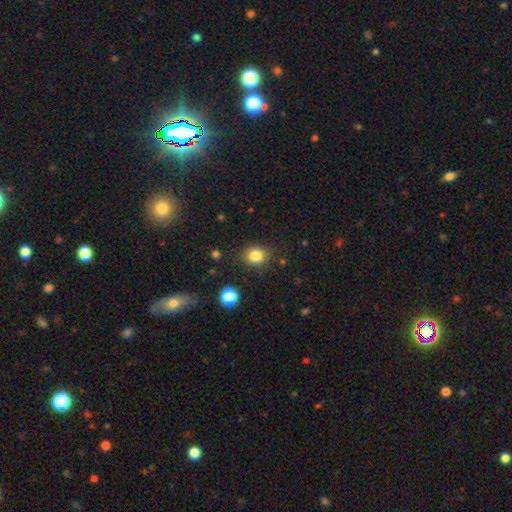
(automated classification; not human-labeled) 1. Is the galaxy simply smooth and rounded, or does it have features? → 83% smooth, 11% star or artifact, 6% featured or disk.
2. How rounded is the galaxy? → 70% round, 29% in between, 1% cigar-shaped.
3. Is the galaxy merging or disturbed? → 87% none, 9% minor disturbance, 3% major disturbance, 2% merger.